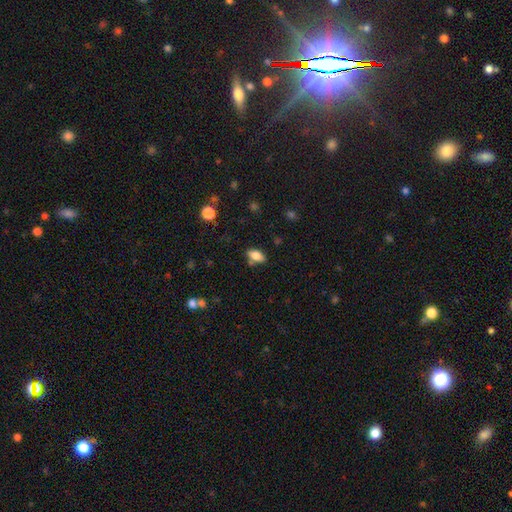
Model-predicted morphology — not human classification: The model was most divided on "merging": none: 71%, minor disturbance: 17%, merger: 8%, major disturbance: 4%. More confident: how rounded — in between (89%); smooth or featured — smooth (81%).